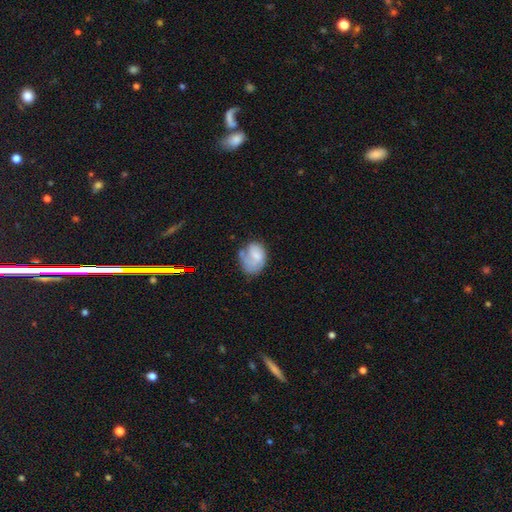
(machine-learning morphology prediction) smooth-or-featured: smooth: 57% | featured or disk: 35% | star or artifact: 8%
  how-rounded: in between: 68% | round: 31% | cigar-shaped: 1%
  merging: none: 37% | minor disturbance: 31% | major disturbance: 25% | merger: 6%